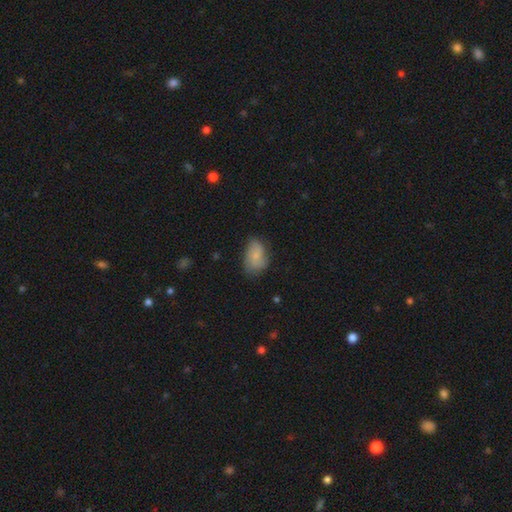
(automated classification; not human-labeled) Smooth or featured? smooth (68%)
How rounded? in between (88%)
Merging? none (60%)